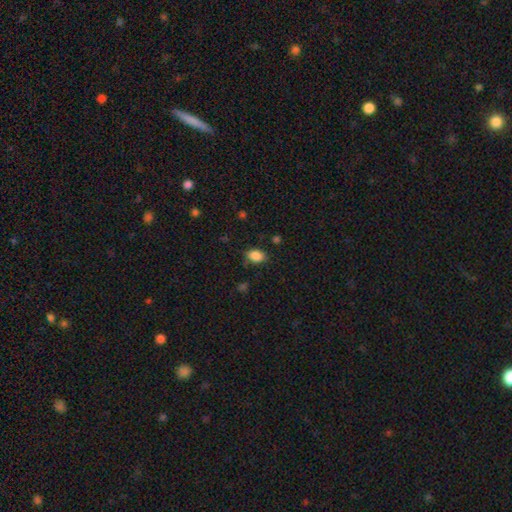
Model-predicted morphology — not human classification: This appears to be a smooth galaxy with no disk features (87%) that is in between round and cigar-shaped (81%). Merging: none (80%).